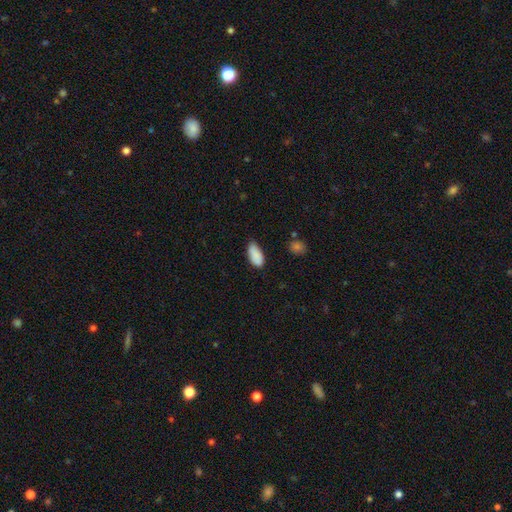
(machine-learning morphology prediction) This is clearly a smooth galaxy (88%). How rounded: clearly in between (91%). Merging: likely none (68%).